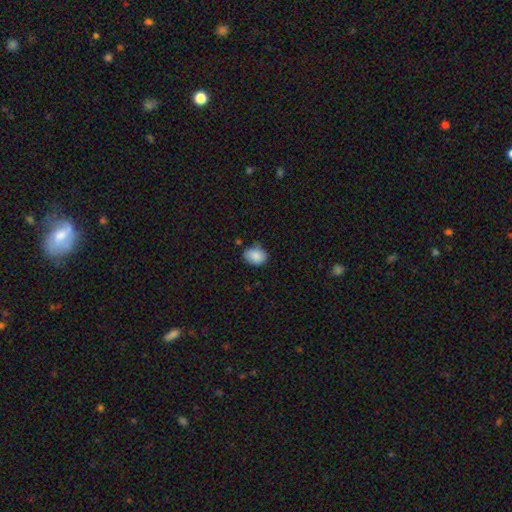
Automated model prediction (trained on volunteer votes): This appears to be a smooth galaxy with no disk features (87%) that is in between round and cigar-shaped (65%). Merging: none (71%).